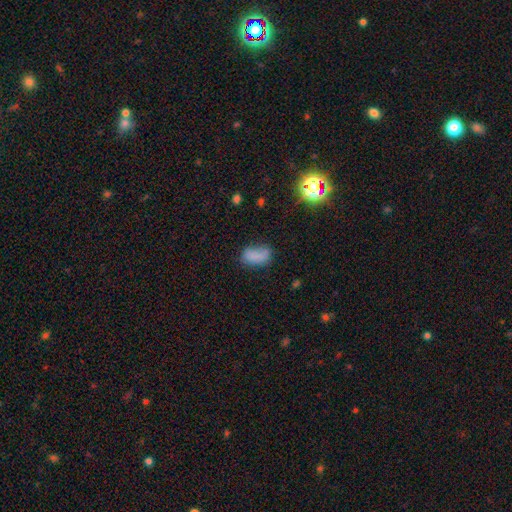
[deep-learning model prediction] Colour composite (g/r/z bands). It shows a smooth galaxy with no disk features (77%) that is in between round and cigar-shaped (92%). Merging: none (49%).